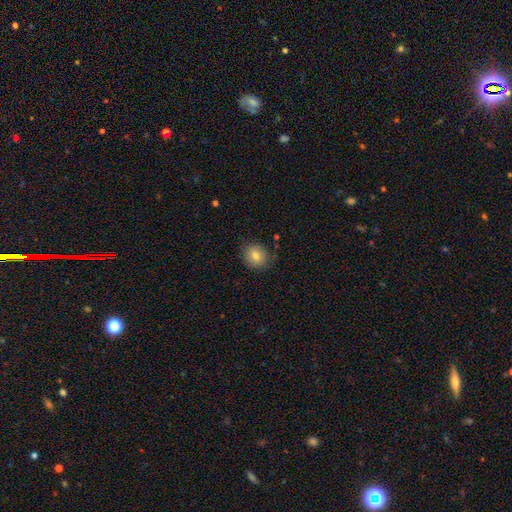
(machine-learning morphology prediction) type=smooth (79%); roundness=round (76%); merging=none (82%).